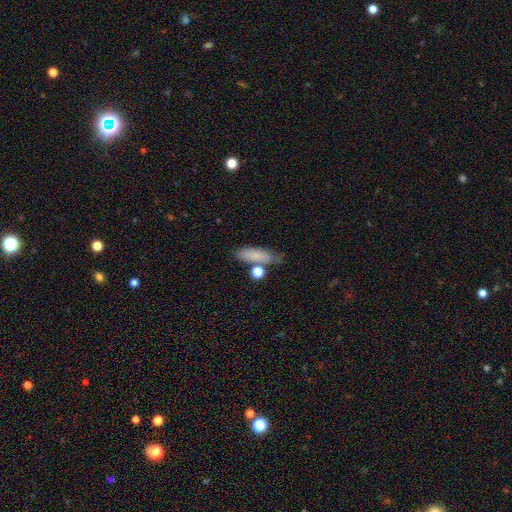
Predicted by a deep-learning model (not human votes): This is likely a smooth galaxy (80%). How rounded: possibly in between (54%). Merging: likely none (65%).